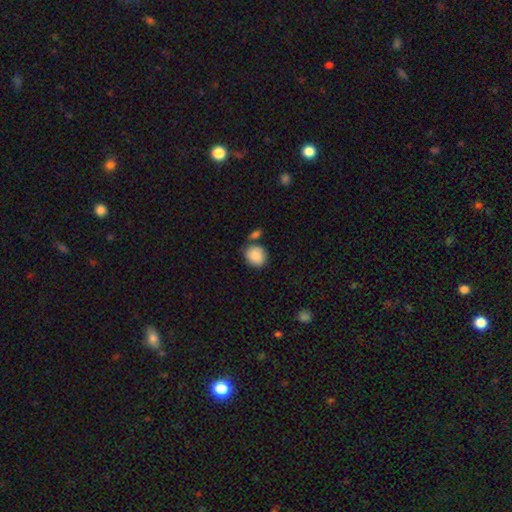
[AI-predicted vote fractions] Overall: smooth (87%). How rounded: round (73%). Merging: none (66%).